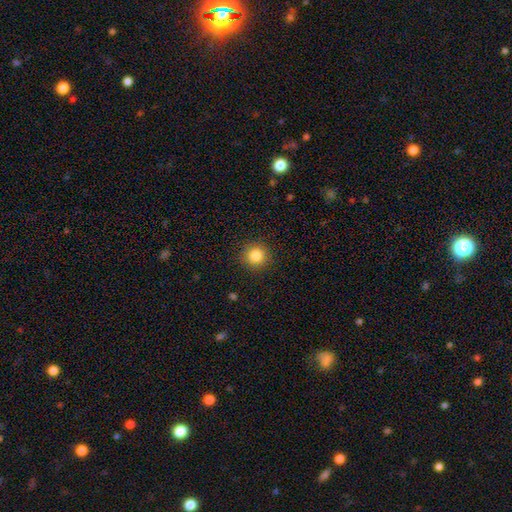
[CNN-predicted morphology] Q: Smooth or featured?
A: smooth (84%); runner-up: star or artifact (11%)
Q: How rounded?
A: round (94%); runner-up: in between (5%)
Q: Merging?
A: none (91%); runner-up: minor disturbance (6%)